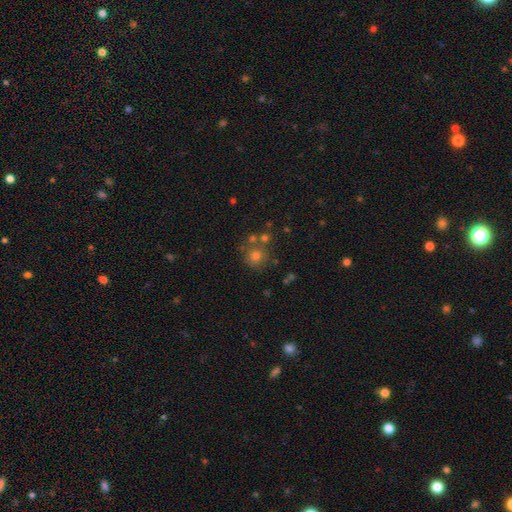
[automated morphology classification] The model was most divided on "merging": none: 65%, merger: 20%, minor disturbance: 10%, major disturbance: 4%. More confident: how rounded — round (90%); smooth or featured — smooth (70%).